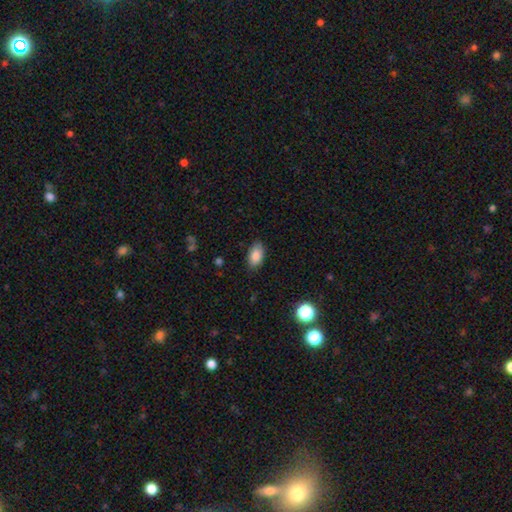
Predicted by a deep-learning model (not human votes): This is clearly a smooth galaxy (86%). How rounded: clearly in between (93%). Merging: clearly none (84%).